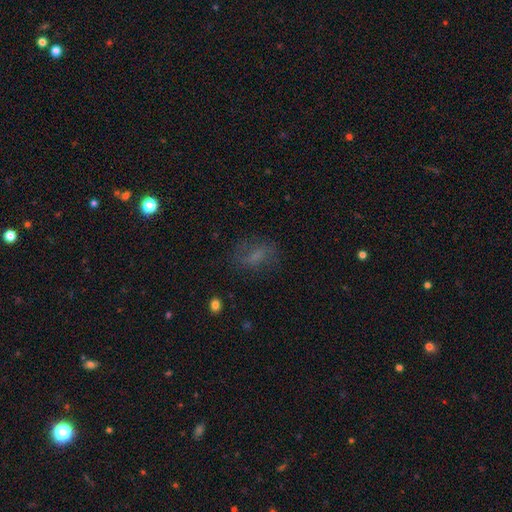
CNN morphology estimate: smooth-or-featured: smooth: 55% | featured or disk: 27% | star or artifact: 18%
  how-rounded: in between: 74% | round: 19% | cigar-shaped: 7%
  merging: none: 67% | minor disturbance: 18% | major disturbance: 13% | merger: 2%